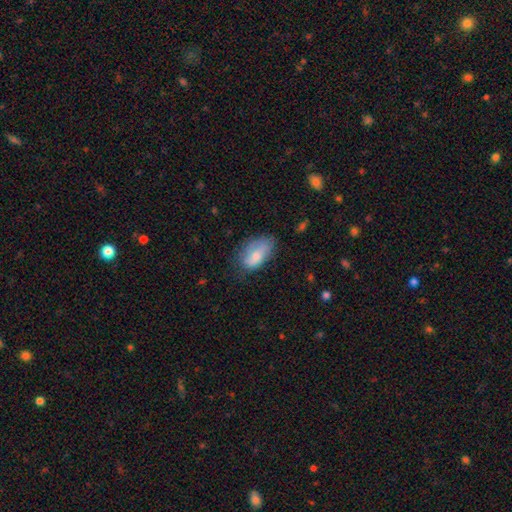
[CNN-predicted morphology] Smooth or featured: smooth — 71% (featured or disk — 22%)
How rounded: in between — 92% (round — 5%)
Merging: none — 54% (minor disturbance — 32%)